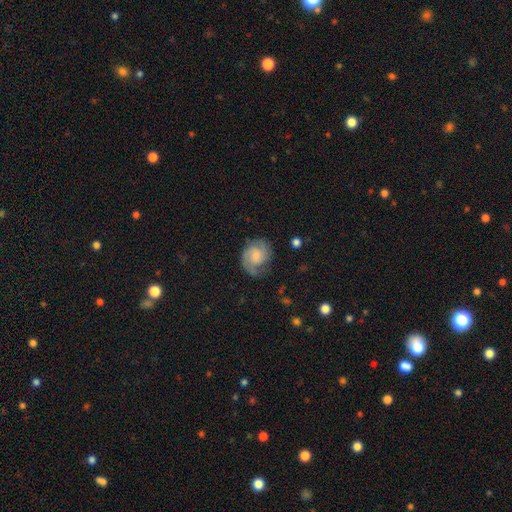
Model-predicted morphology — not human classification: Overall: featured or disk (66%; smooth 27%). Edge-on disk: no (98%). Bar: no (64%; weak 32%). Spiral arms: yes (93%). Spiral arm count: 2 (69%). Spiral winding: tight (42%, tied with medium). Bulge size: small (34%; none 27%). Merging: none (67%).